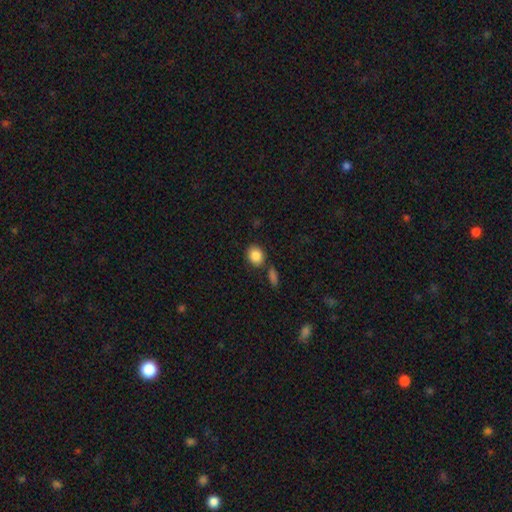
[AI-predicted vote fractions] Overall: smooth (87%). How rounded: round (51%; in between 47%). Merging: none (75%).